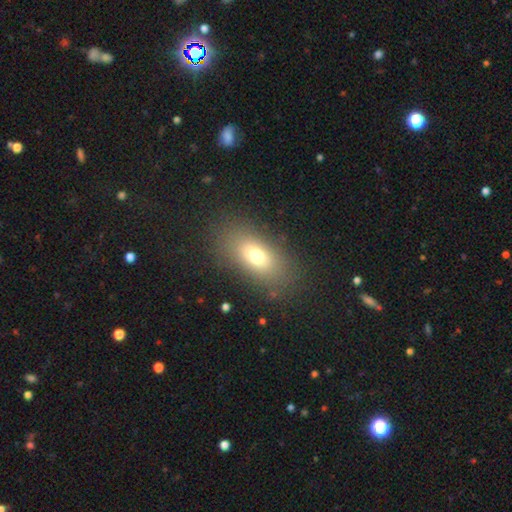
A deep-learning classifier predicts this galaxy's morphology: This is likely a smooth galaxy (72%). How rounded: clearly in between (84%). Merging: clearly none (84%).